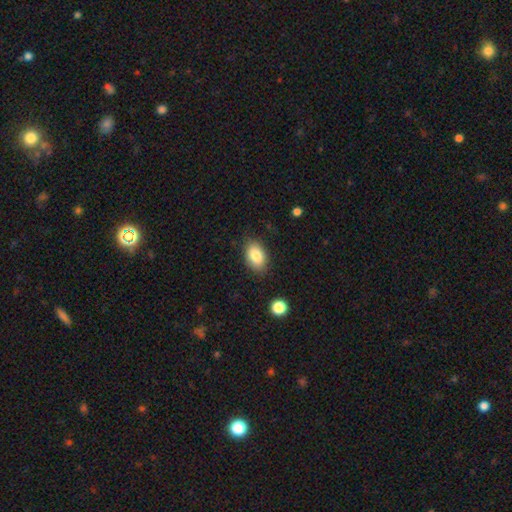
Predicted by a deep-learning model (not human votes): Q: Smooth or featured?
A: smooth (85%); runner-up: featured or disk (8%)
Q: How rounded?
A: in between (88%); runner-up: round (10%)
Q: Merging?
A: none (83%); runner-up: minor disturbance (12%)